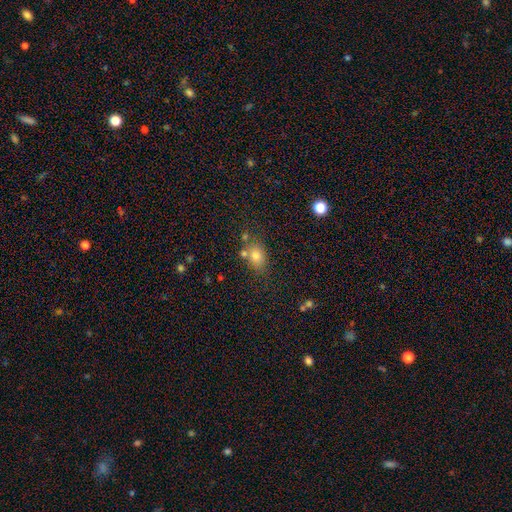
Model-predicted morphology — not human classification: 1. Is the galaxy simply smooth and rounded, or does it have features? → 75% smooth, 14% star or artifact, 11% featured or disk.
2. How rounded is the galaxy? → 63% in between, 35% round, 2% cigar-shaped.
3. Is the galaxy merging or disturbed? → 64% none, 16% merger, 15% minor disturbance, 5% major disturbance.